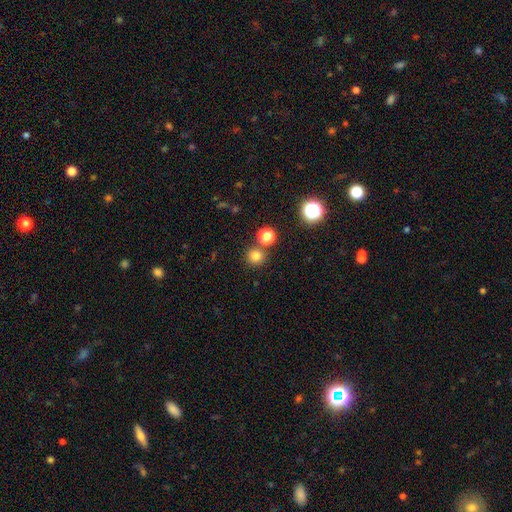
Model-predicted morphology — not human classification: A smooth galaxy with no disk features (78%) that is round (94%). Merging: none (81%).